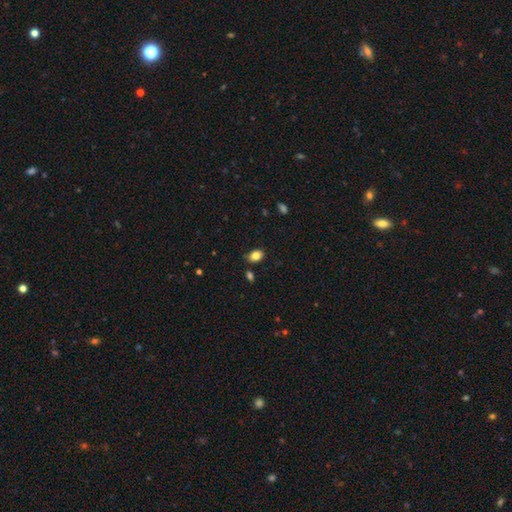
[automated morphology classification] A smooth galaxy with no disk features (83%) that is in between round and cigar-shaped (80%). Merging: none (82%).